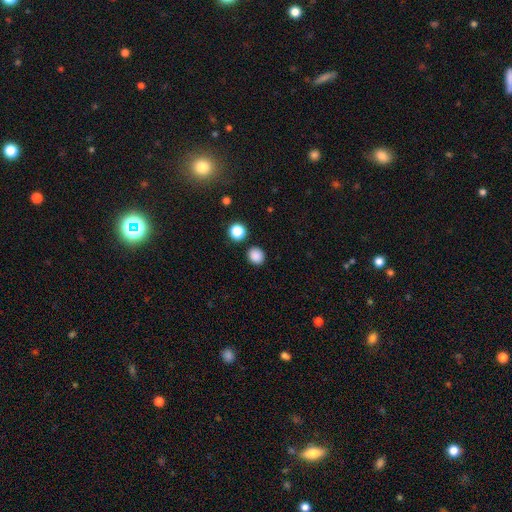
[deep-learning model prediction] Smooth or featured: smooth — 86% (star or artifact — 11%)
How rounded: round — 86% (in between — 13%)
Merging: none — 89% (minor disturbance — 6%)